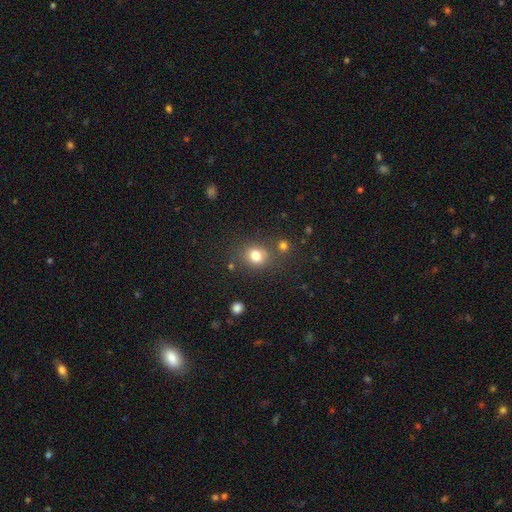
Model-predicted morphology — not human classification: The model was most divided on "how rounded": round: 71%, in between: 28%, cigar-shaped: 1%. More confident: smooth or featured — smooth (79%); merging — none (73%).